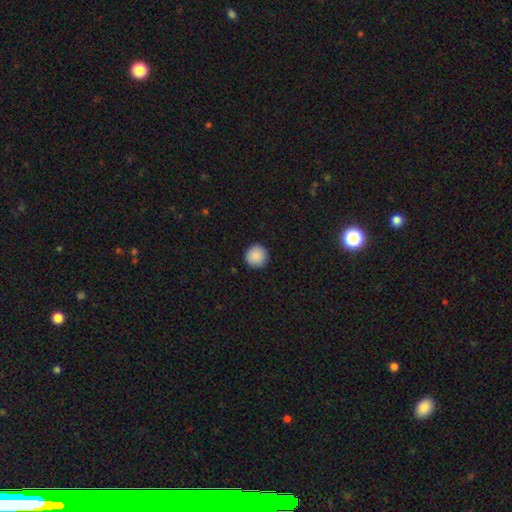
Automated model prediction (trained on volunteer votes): The model was most divided on "smooth or featured": smooth: 89%, star or artifact: 8%, featured or disk: 3%. More confident: how rounded — round (96%); merging — none (93%).